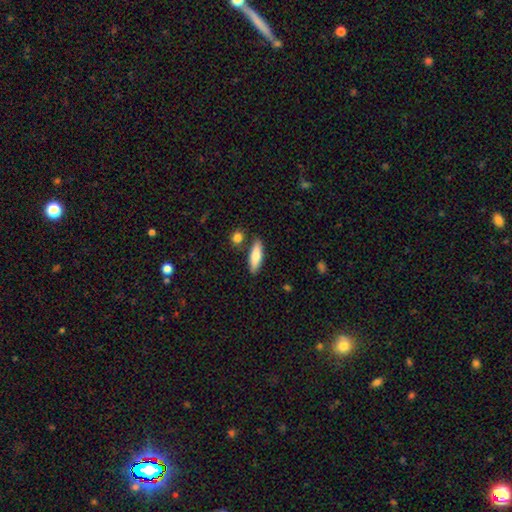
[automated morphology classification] This appears to be a smooth galaxy with no disk features (78%) that is cigar-shaped (51%). Merging: none (80%).